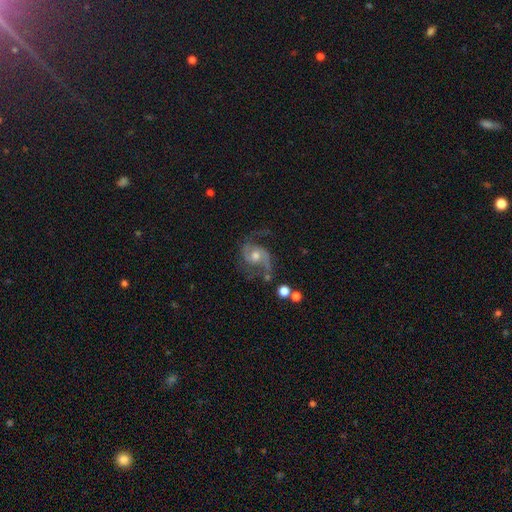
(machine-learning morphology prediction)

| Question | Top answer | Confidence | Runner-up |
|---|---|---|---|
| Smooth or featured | featured or disk | 83% | smooth (10%) |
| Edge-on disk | no | 98% | yes (2%) |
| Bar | no | 63% | weak (31%) |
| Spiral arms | yes | 95% | no (5%) |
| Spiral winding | medium | 51% | loose (35%) |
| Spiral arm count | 2 | 88% | 1 (5%) |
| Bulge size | moderate | 69% | small (18%) |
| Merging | none | 60% | minor disturbance (20%) |